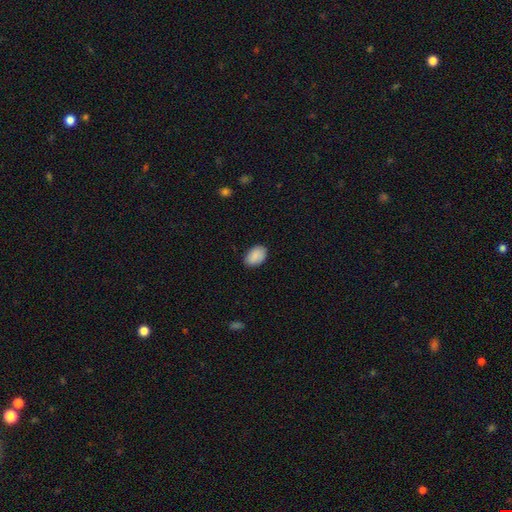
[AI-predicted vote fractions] smooth 88%, star or artifact 7%, featured or disk 5%. Down the decision tree: how rounded — in between (87%); merging — none (84%).